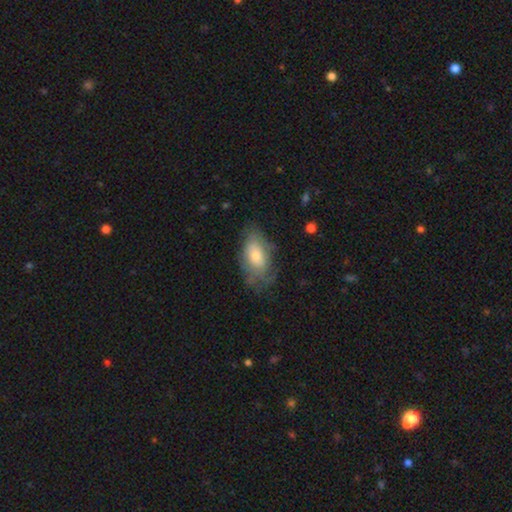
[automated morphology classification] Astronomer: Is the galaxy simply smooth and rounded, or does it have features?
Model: smooth — 57% (runner-up: featured or disk, 36%).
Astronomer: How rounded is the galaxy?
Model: in between — 90%.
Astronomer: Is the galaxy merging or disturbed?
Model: none — 57%.